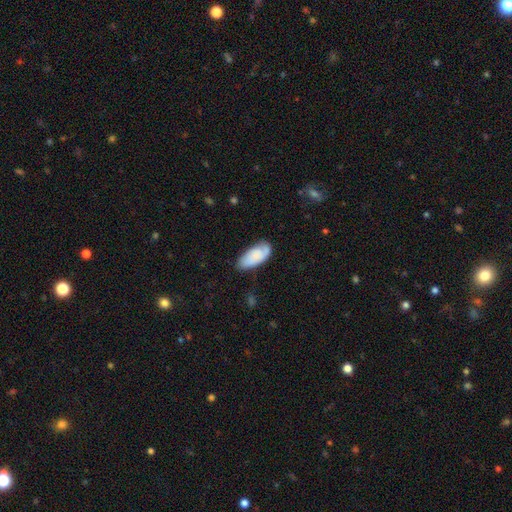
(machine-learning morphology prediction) Q: Smooth or featured?
A: smooth (71%); runner-up: featured or disk (23%)
Q: How rounded?
A: in between (91%); runner-up: cigar-shaped (7%)
Q: Merging?
A: none (61%); runner-up: minor disturbance (28%)